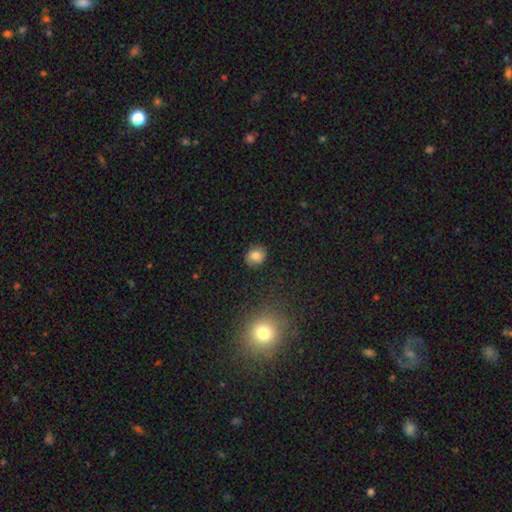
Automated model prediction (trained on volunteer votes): Smooth or featured? smooth (80%)
How rounded? round (71%)
Merging? none (87%)